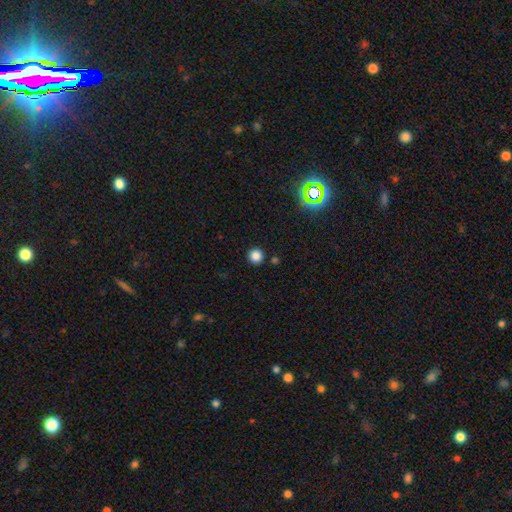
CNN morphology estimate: A smooth galaxy with no disk features (83%) that is round (96%).

Vote fractions:
- Smooth or featured? smooth: 83% / star or artifact: 14% / featured or disk: 4%
- How rounded? round: 96% / in between: 3% / cigar-shaped: 1%
- Merging? none: 90% / minor disturbance: 5% / merger: 3% / major disturbance: 2%